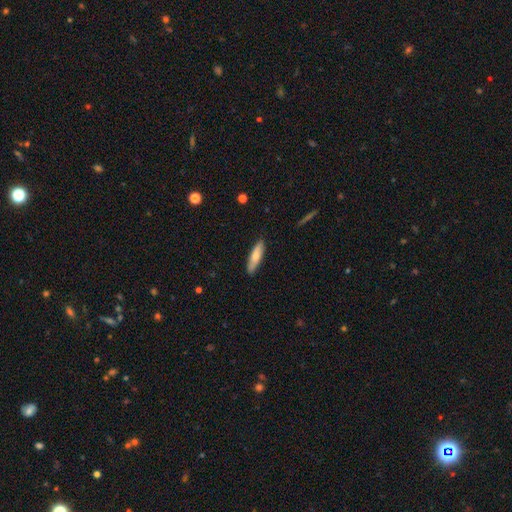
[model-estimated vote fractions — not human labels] Morphology: type=smooth (71%); roundness=cigar-shaped (67%); merging=none (87%).